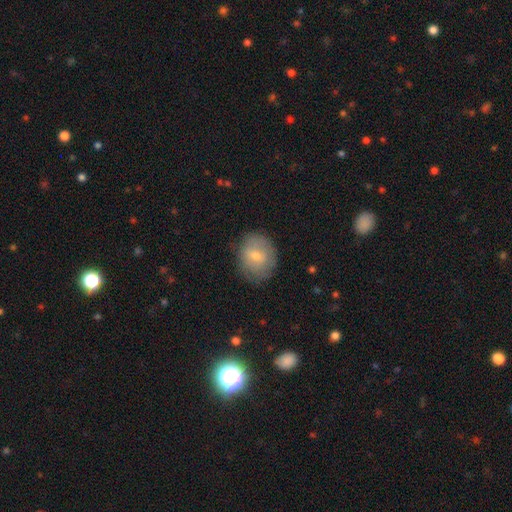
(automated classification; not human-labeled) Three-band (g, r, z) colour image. It shows a smooth galaxy with no disk features (66%) that is round (67%). Merging: none (76%).